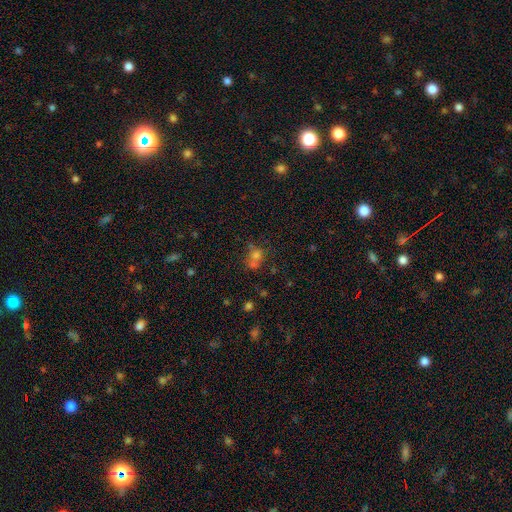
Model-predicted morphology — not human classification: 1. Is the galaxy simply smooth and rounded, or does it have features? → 63% smooth, 23% star or artifact, 14% featured or disk.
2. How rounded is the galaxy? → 78% round, 21% in between, 1% cigar-shaped.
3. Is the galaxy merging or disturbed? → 45% none, 39% merger, 10% minor disturbance, 6% major disturbance.